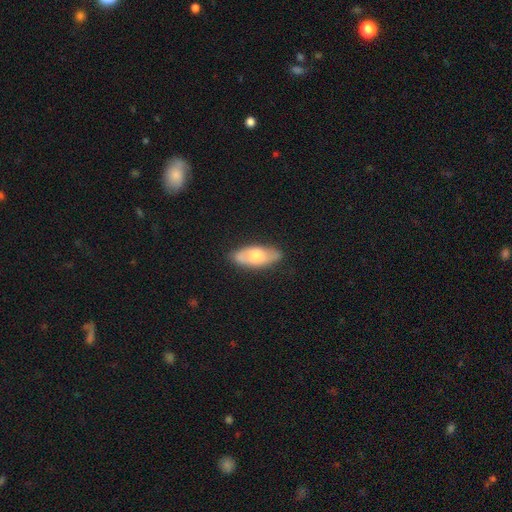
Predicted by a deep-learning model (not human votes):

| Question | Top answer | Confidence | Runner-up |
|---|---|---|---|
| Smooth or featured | smooth | 54% | featured or disk (40%) |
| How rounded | in between | 80% | cigar-shaped (17%) |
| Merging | none | 84% | minor disturbance (12%) |